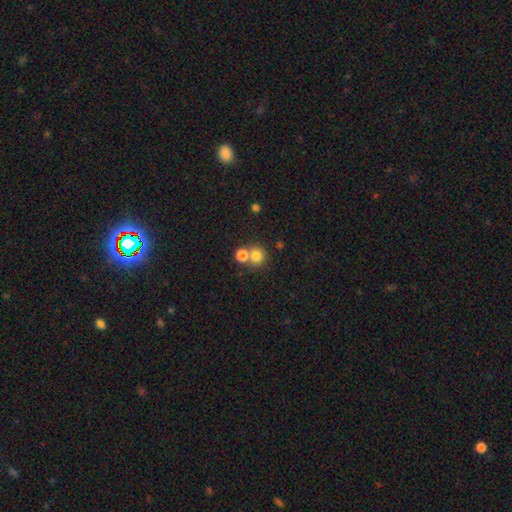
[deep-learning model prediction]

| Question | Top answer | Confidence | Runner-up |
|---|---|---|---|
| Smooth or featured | smooth | 78% | star or artifact (13%) |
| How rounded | round | 88% | in between (11%) |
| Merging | none | 53% | merger (37%) |